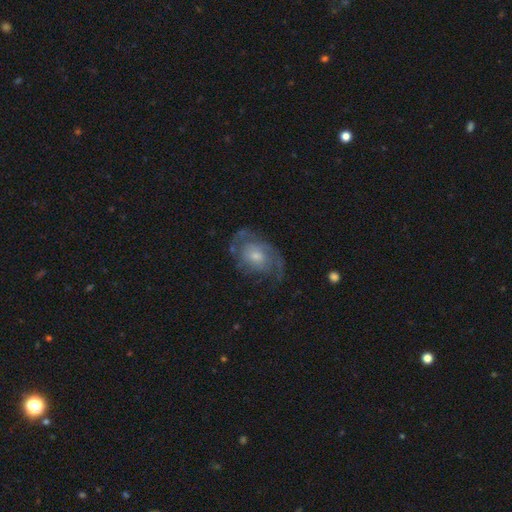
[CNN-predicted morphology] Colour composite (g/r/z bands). It shows a featured or disk galaxy (75%) with no bar (71%), 2 (47%) tight (41%, tied with medium) spiral arms (86%) and a small central bulge (48%). Merging: none (60%).